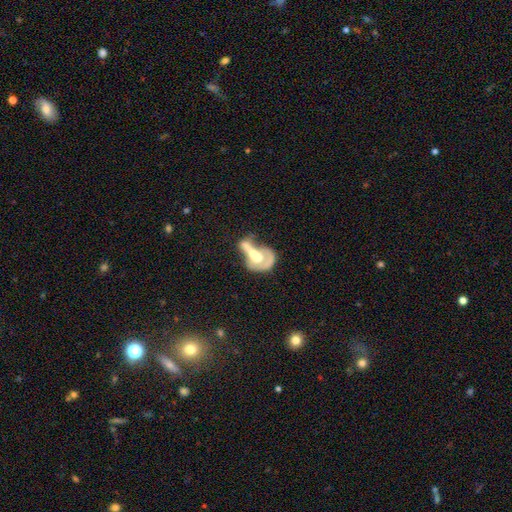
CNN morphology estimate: Smooth or featured? Predicted: featured or disk (p=0.57). Edge-on disk? Predicted: no (p=0.93). Bar? Predicted: no (p=0.69). Spiral arms? Predicted: no (p=0.64). Bulge size? Predicted: moderate (p=0.62). Merging? Predicted: merger (p=0.58).